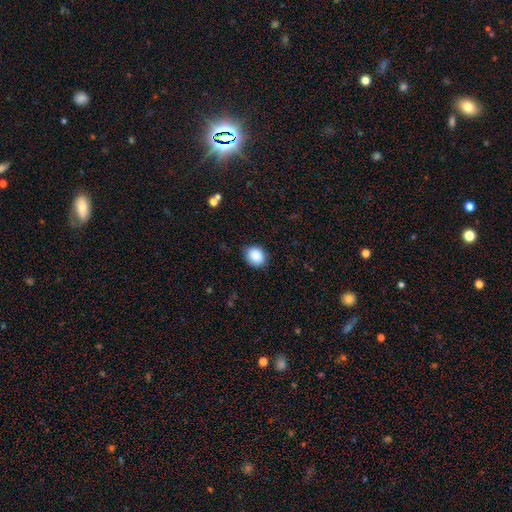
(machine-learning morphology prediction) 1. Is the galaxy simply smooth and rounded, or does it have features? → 89% smooth, 8% star or artifact, 3% featured or disk.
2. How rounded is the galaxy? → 63% round, 37% in between, 1% cigar-shaped.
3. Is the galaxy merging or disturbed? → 86% none, 11% minor disturbance, 2% major disturbance, 1% merger.